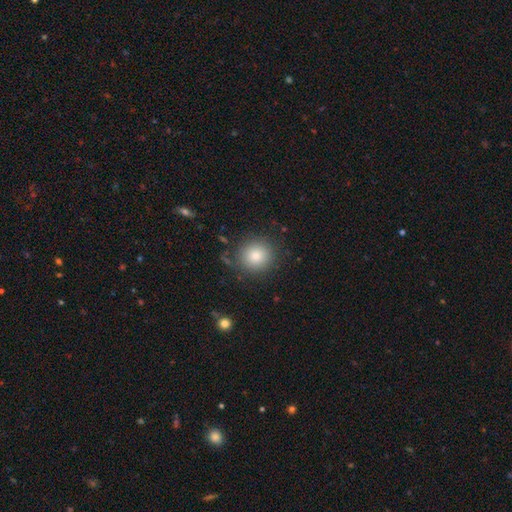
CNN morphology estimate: Smooth or featured?
  - smooth: 82% *
  - star or artifact: 10%
  - featured or disk: 8%
How rounded?
  - round: 91% *
  - in between: 8%
  - cigar-shaped: 1%
Merging?
  - none: 85% *
  - minor disturbance: 9%
  - major disturbance: 4%
  - merger: 2%